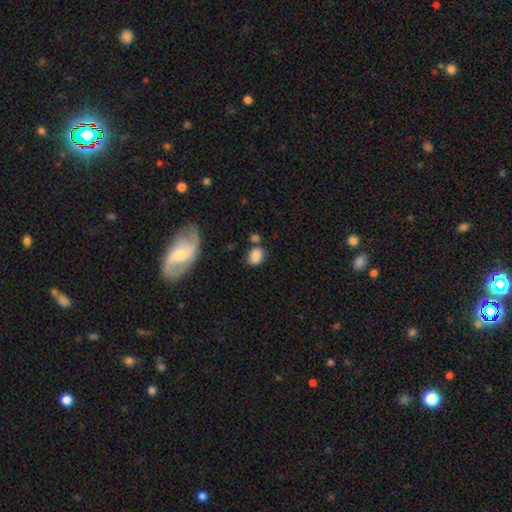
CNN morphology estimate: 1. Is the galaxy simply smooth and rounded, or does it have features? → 84% smooth, 9% star or artifact, 7% featured or disk.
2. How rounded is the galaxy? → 59% in between, 39% round, 2% cigar-shaped.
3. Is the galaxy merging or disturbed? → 62% none, 19% minor disturbance, 12% merger, 7% major disturbance.